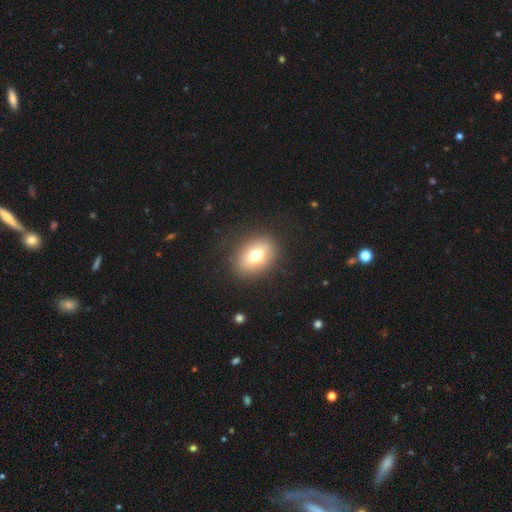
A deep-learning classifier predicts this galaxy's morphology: smooth_or_featured: smooth (p=0.73) [alt: featured or disk p=0.18]
how_rounded: in between (p=0.72) [alt: round p=0.27]
merging: none (p=0.85) [alt: minor disturbance p=0.10]